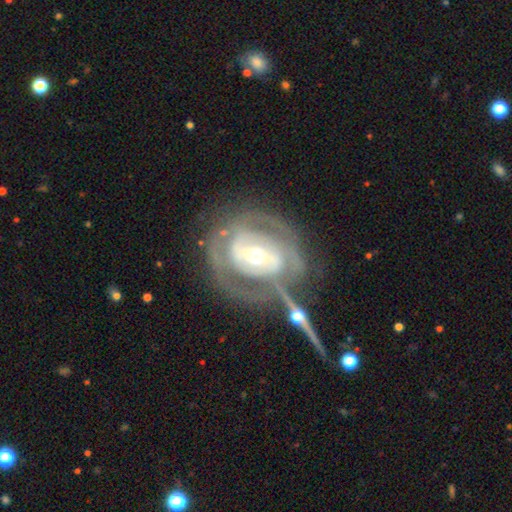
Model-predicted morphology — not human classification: The model was most divided on "bar": no: 38%, weak: 33%, strong: 28%. Remaining: edge-on disk — no (95%); smooth or featured — featured or disk (82%); spiral arms — yes (72%); bulge size — moderate (64%); spiral winding — tight (60%); merging — none (48%); spiral arm count — 2 (40%).